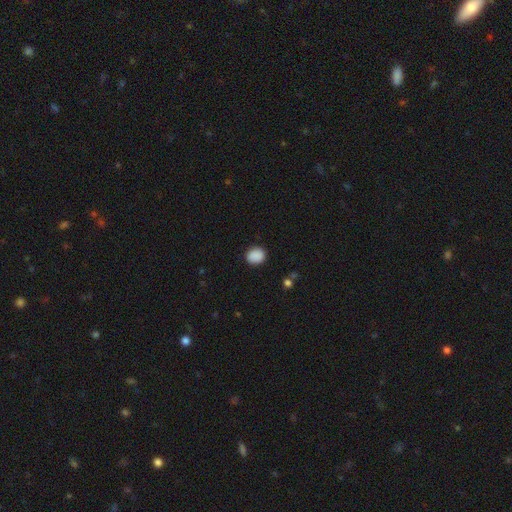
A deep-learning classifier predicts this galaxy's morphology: smooth-or-featured: smooth: 88% | star or artifact: 8% | featured or disk: 3%
  how-rounded: round: 64% | in between: 35% | cigar-shaped: 1%
  merging: none: 87% | minor disturbance: 10% | major disturbance: 2% | merger: 1%